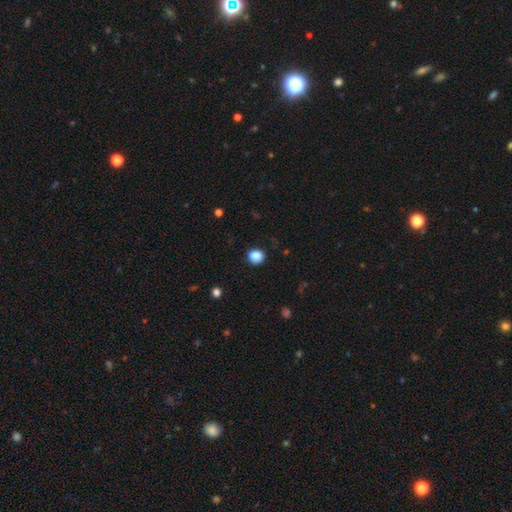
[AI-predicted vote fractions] Smooth or featured? Predicted: smooth (p=0.86). How rounded? Predicted: round (p=0.78). Merging? Predicted: none (p=0.81).